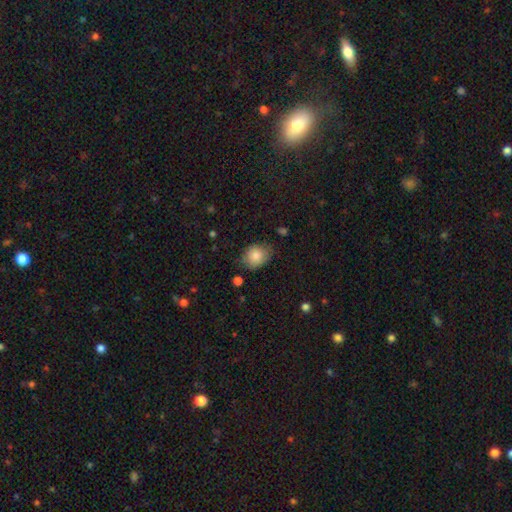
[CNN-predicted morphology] Smooth or featured? Predicted: smooth (p=0.82). How rounded? Predicted: round (p=0.55). Merging? Predicted: none (p=0.69).